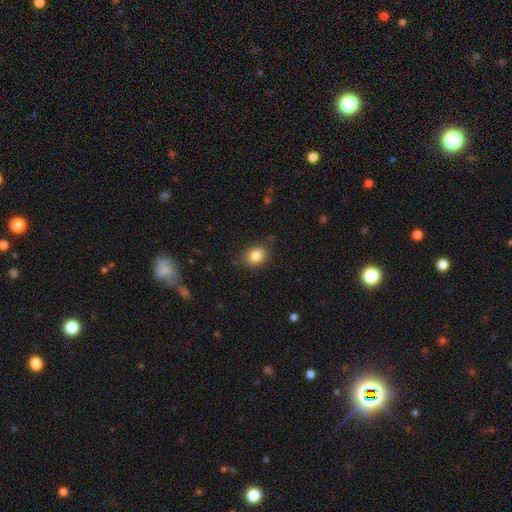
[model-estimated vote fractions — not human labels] Morphology: type=smooth (84%); roundness=round (55%); merging=none (83%).